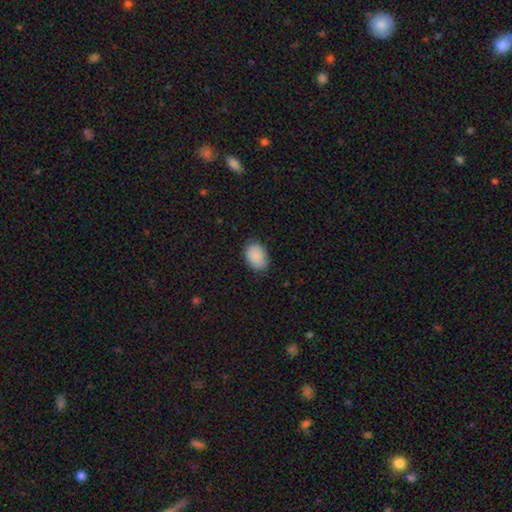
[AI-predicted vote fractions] smooth_or_featured: smooth (p=0.88) [alt: star or artifact p=0.07]
how_rounded: in between (p=0.81) [alt: round p=0.18]
merging: none (p=0.80) [alt: minor disturbance p=0.16]